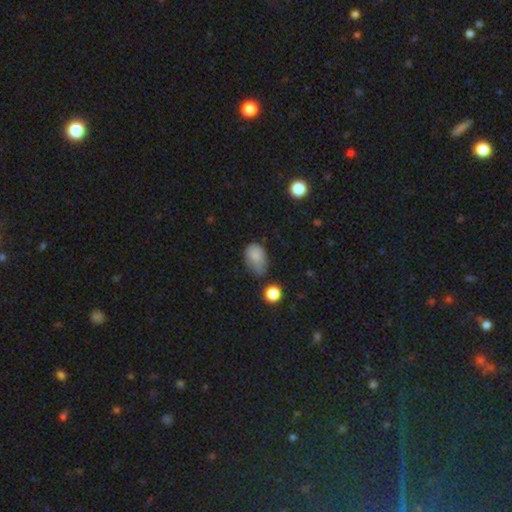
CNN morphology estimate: Q: Smooth or featured?
A: smooth (80%); runner-up: star or artifact (10%)
Q: How rounded?
A: in between (79%); runner-up: round (20%)
Q: Merging?
A: minor disturbance (43%); runner-up: none (38%)